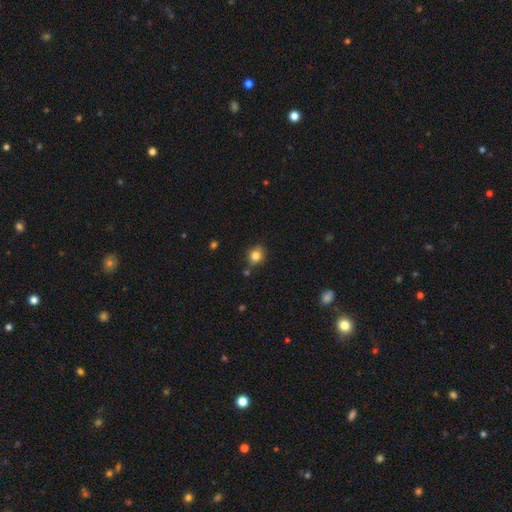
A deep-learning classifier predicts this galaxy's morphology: smooth_or_featured: smooth (p=0.82) [alt: star or artifact p=0.11]
how_rounded: round (p=0.69) [alt: in between p=0.30]
merging: none (p=0.76) [alt: minor disturbance p=0.15]